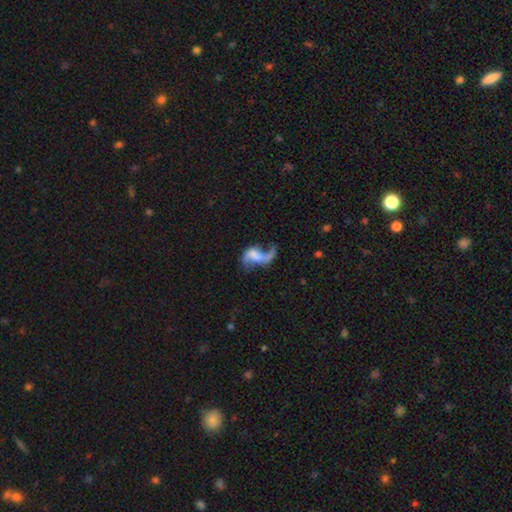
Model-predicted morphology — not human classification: Overall: featured or disk (75%). Edge-on disk: no (97%). Bar: no (45%; weak 36%). Spiral arms: yes (86%). Spiral arm count: 2 (72%). Spiral winding: loose (85%). Bulge size: none (52%; small 21%). Merging: none (37%; major disturbance 36%).